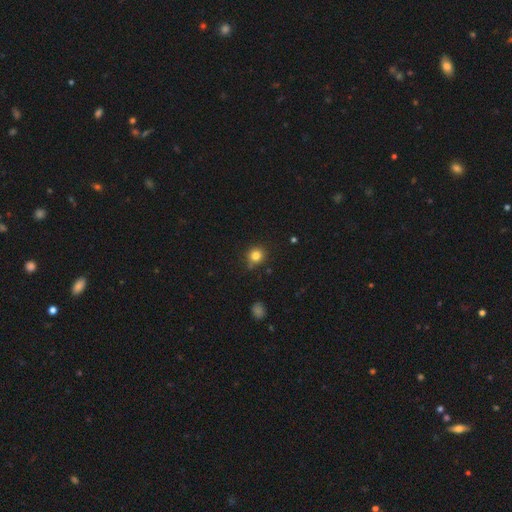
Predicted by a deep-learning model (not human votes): smooth-or-featured: smooth: 82% | star or artifact: 13% | featured or disk: 6%
  how-rounded: round: 89% | in between: 10% | cigar-shaped: 1%
  merging: none: 81% | minor disturbance: 13% | merger: 3% | major disturbance: 3%